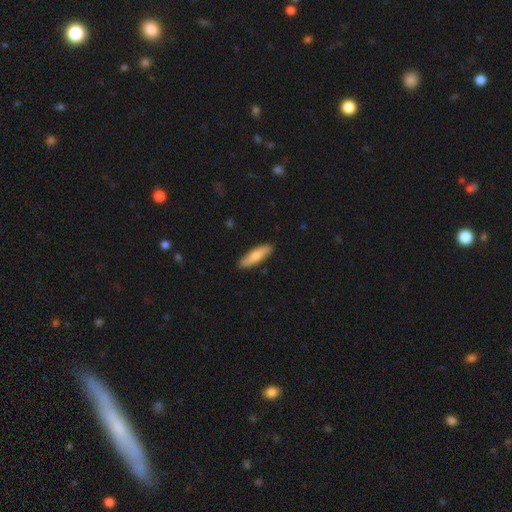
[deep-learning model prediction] Smooth or featured? smooth (70%)
How rounded? cigar-shaped (72%)
Merging? none (89%)